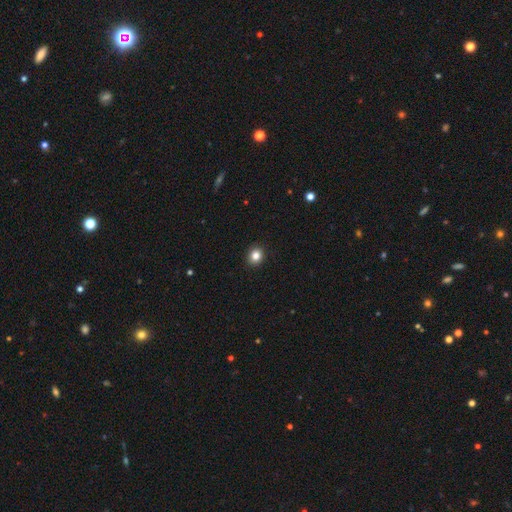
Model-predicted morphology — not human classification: The model was most divided on "how rounded": round: 77%, in between: 22%, cigar-shaped: 1%. More confident: merging — none (91%); smooth or featured — smooth (84%).